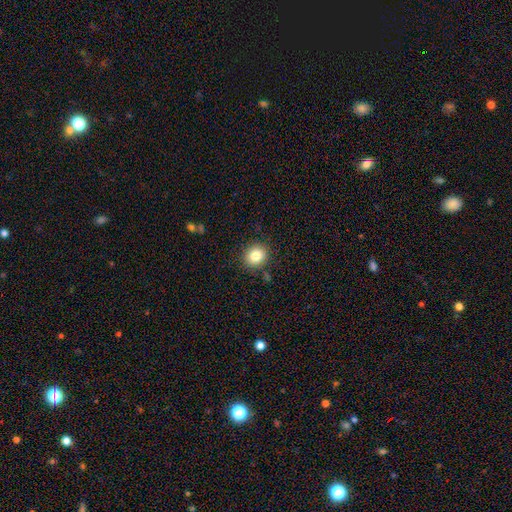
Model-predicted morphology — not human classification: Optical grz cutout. It shows a smooth galaxy with no disk features (83%) that is round (71%). Merging: none (87%).